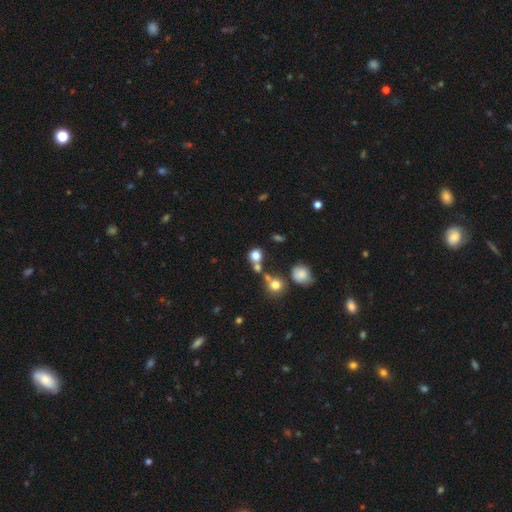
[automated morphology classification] This is likely a smooth galaxy (77%). How rounded: clearly round (82%). Merging: possibly none (55%).